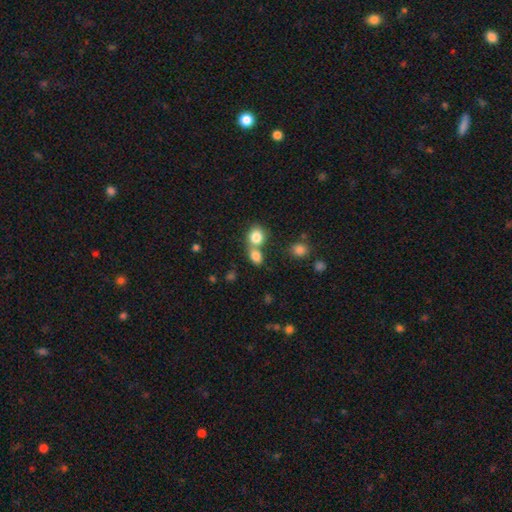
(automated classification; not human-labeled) Q: Smooth or featured?
A: smooth (81%); runner-up: star or artifact (11%)
Q: How rounded?
A: in between (50%); runner-up: round (48%)
Q: Merging?
A: merger (50%); runner-up: none (40%)